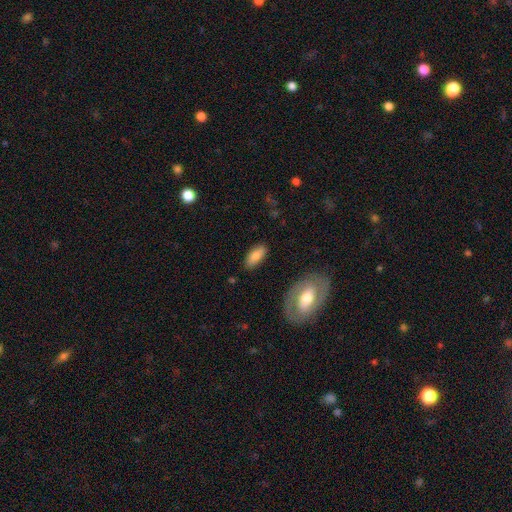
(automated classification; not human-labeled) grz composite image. It shows a smooth galaxy with no disk features (78%) that is in between round and cigar-shaped (85%). Merging: none (85%).